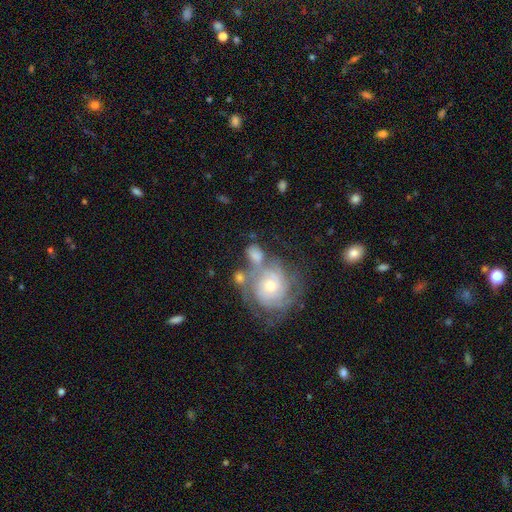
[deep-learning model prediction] This is possibly a featured or disk galaxy (58%). It is clearly not viewed edge-on (97%). Bar: likely no (71%). Spiral arm pattern: clearly yes (83%). Central bulge: possibly small (49%). Merging: marginally merger (36%).